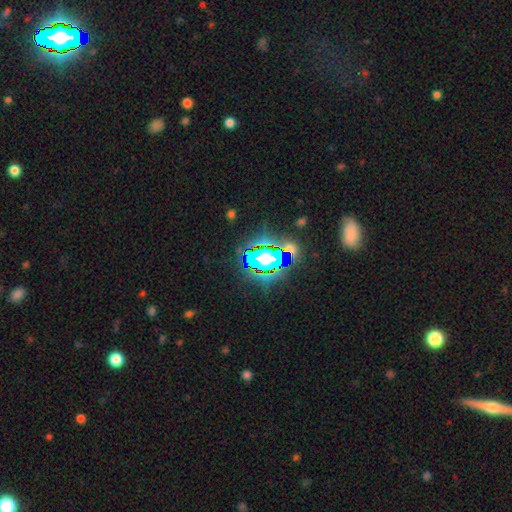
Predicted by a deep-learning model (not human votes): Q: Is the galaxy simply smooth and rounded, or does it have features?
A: star or artifact — 77%.